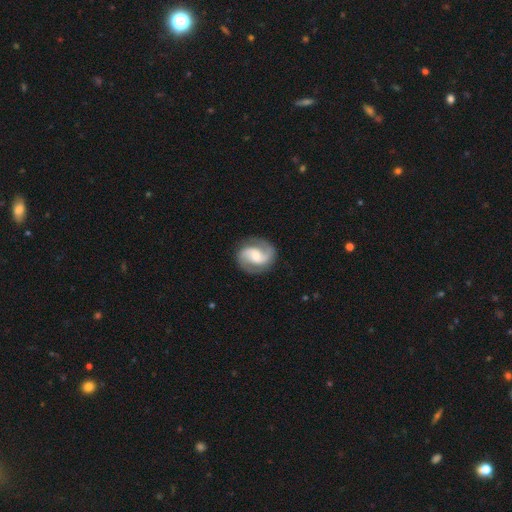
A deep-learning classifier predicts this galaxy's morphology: Smooth or featured: featured or disk — 86% (smooth — 9%)
Edge-on disk: no — 98% (yes — 2%)
Bar: weak — 45% (no — 36%)
Spiral arms: yes — 97% (no — 3%)
Spiral winding: medium — 53% (tight — 25%)
Spiral arm count: 2 — 92% (can't tell — 3%)
Bulge size: moderate — 48% (small — 41%)
Merging: none — 84% (minor disturbance — 11%)